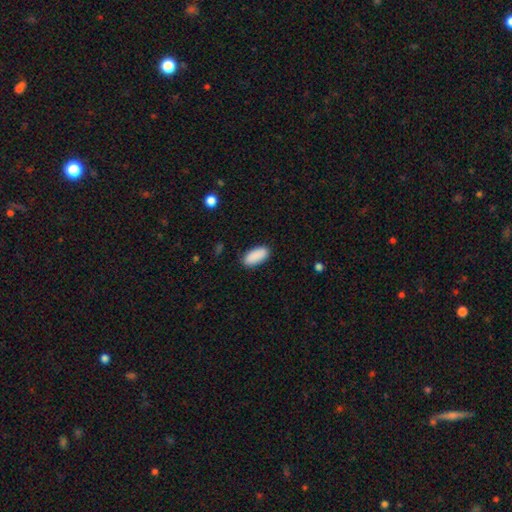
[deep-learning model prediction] A smooth galaxy with no disk features (90%) that is in between round and cigar-shaped (90%).

Vote fractions:
- Smooth or featured? smooth: 90% / star or artifact: 6% / featured or disk: 3%
- How rounded? in between: 90% / cigar-shaped: 8% / round: 2%
- Merging? none: 87% / minor disturbance: 9% / major disturbance: 2% / merger: 1%